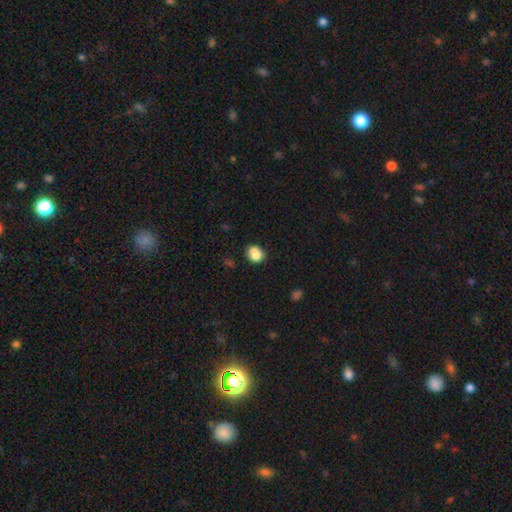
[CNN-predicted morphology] Smooth or featured? Predicted: smooth (p=0.82). How rounded? Predicted: round (p=0.56). Merging? Predicted: none (p=0.56).